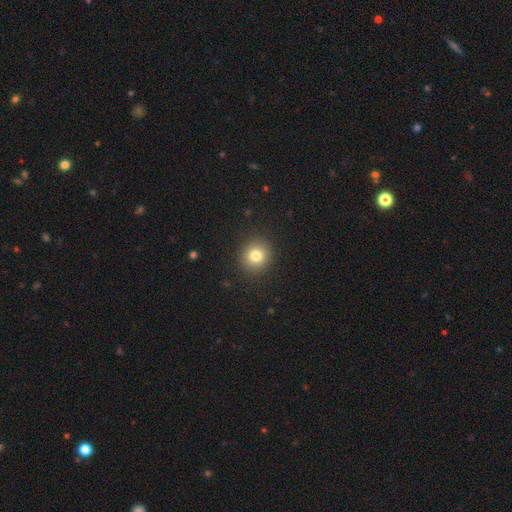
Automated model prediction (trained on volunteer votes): A smooth galaxy with no disk features (80%) that is round (89%).

Vote fractions:
- Smooth or featured? smooth: 80% / star or artifact: 12% / featured or disk: 8%
- How rounded? round: 89% / in between: 10% / cigar-shaped: 1%
- Merging? none: 91% / minor disturbance: 6% / major disturbance: 2% / merger: 1%